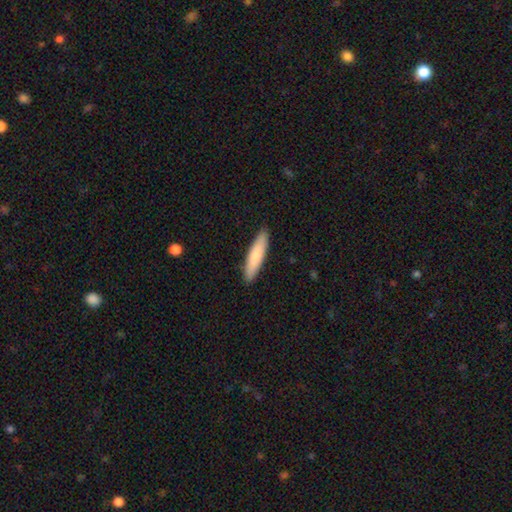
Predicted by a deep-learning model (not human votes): This appears to be a smooth galaxy with no disk features (81%) that is cigar-shaped (80%). Merging: none (90%).